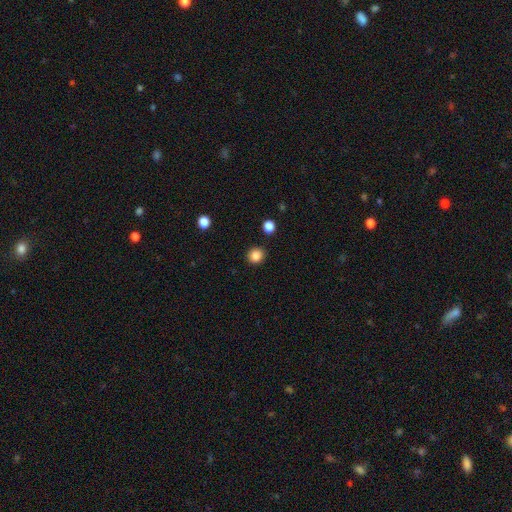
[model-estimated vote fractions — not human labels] A smooth galaxy with no disk features (85%) that is round (86%). Merging: none (90%).